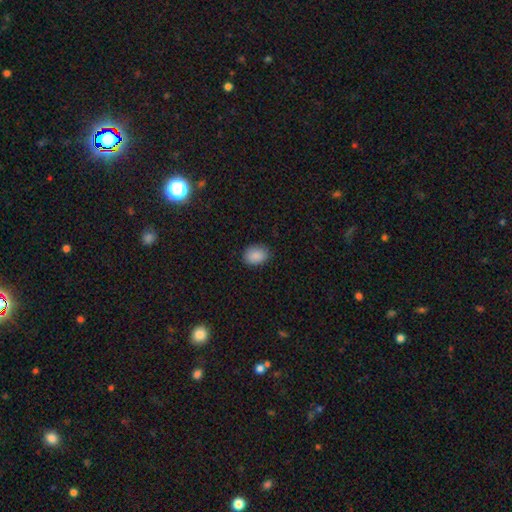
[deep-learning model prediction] Morphology: type=smooth (89%); roundness=in between (73%); merging=none (85%).